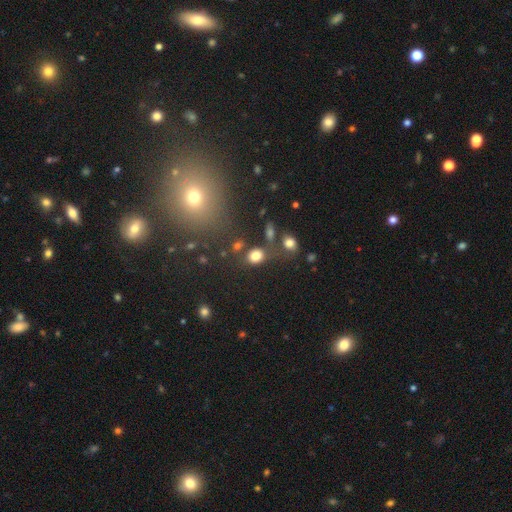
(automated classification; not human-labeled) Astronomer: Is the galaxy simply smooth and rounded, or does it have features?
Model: smooth — 81%.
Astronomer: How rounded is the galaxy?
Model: in between — 54% (runner-up: round, 44%).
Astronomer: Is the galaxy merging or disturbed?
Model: none — 61%.